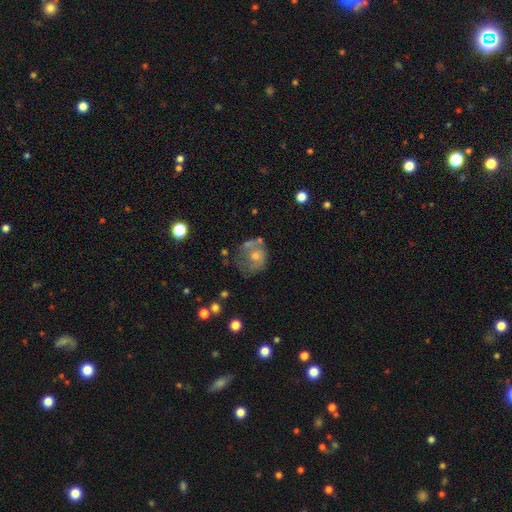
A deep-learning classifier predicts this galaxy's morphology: A featured or disk galaxy (50%).

Vote fractions:
- Smooth or featured? featured or disk: 50% / smooth: 38% / star or artifact: 12%
- Edge-on disk? no: 97% / yes: 3%
- Merging? none: 43% / minor disturbance: 24% / major disturbance: 21% / merger: 12%